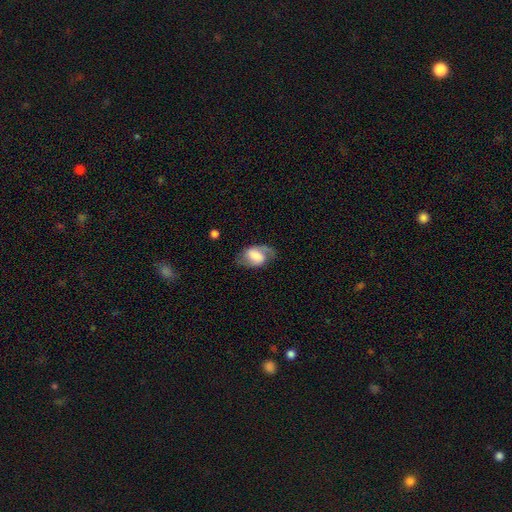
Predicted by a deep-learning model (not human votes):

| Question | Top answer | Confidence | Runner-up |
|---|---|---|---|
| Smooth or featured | featured or disk | 56% | smooth (37%) |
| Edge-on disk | no | 95% | yes (5%) |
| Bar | weak | 44% | no (29%) |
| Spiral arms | yes | 84% | no (16%) |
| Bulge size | moderate | 32% | large (31%) |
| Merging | none | 62% | minor disturbance (22%) |